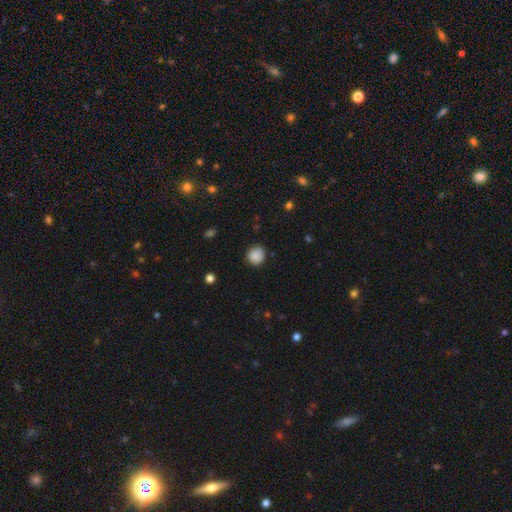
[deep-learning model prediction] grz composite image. It shows a smooth galaxy with no disk features (87%) that is round (88%). Merging: none (83%).